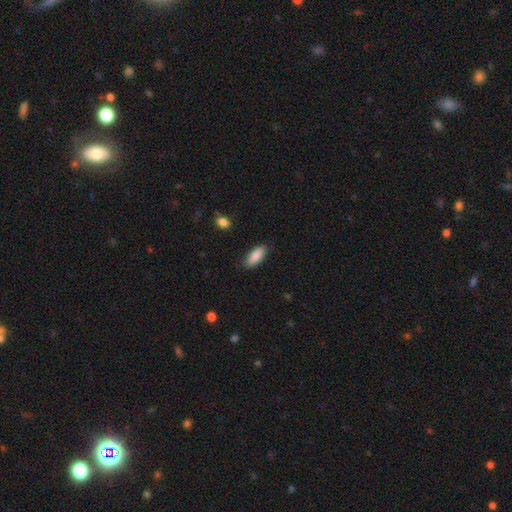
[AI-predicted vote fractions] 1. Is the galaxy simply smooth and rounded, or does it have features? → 88% smooth, 6% star or artifact, 6% featured or disk.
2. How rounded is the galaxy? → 81% in between, 17% cigar-shaped, 2% round.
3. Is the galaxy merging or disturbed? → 85% none, 11% minor disturbance, 2% major disturbance, 1% merger.